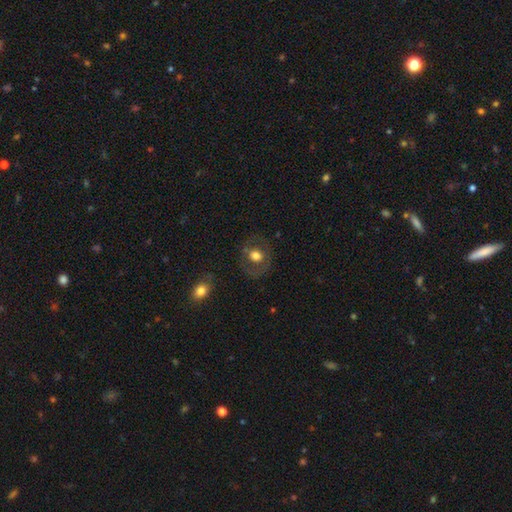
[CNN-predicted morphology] Overall: smooth (57%; featured or disk 34%). How rounded: round (71%). Merging: none (77%).